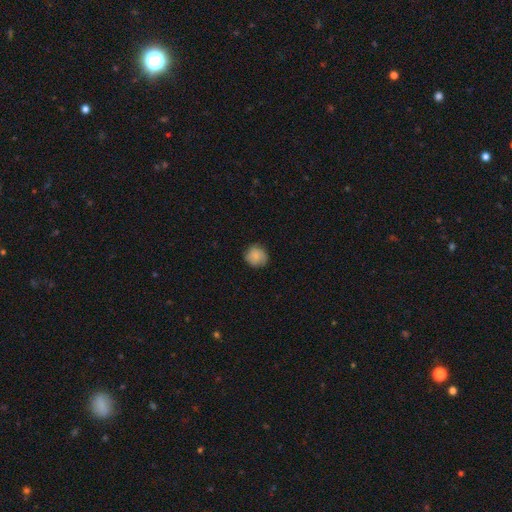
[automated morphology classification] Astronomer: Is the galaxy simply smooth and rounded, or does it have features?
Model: smooth — 83%.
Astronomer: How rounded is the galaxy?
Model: round — 88%.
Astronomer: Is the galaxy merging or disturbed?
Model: none — 81%.